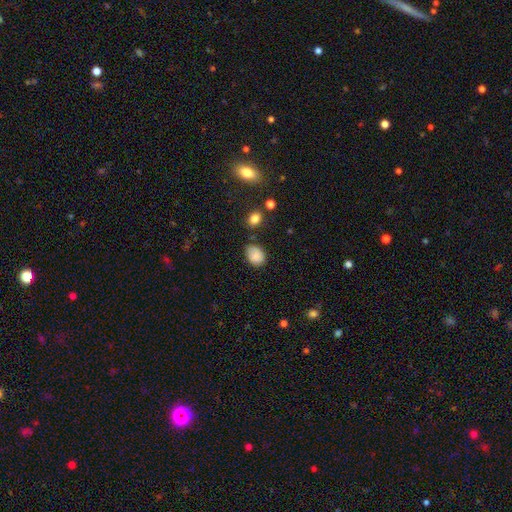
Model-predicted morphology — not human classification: smooth-or-featured: smooth: 86% | star or artifact: 9% | featured or disk: 5%
  how-rounded: in between: 68% | round: 31% | cigar-shaped: 1%
  merging: none: 64% | minor disturbance: 28% | major disturbance: 5% | merger: 3%